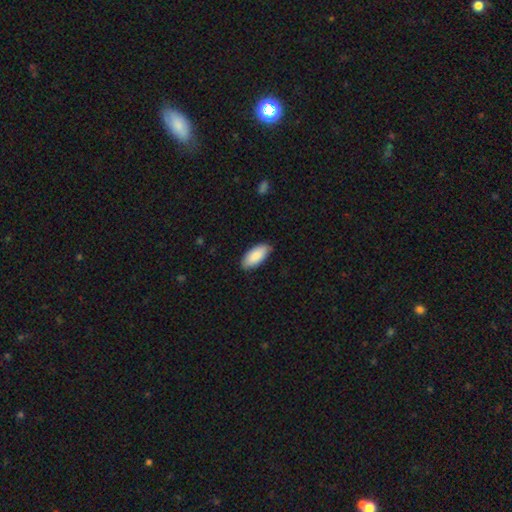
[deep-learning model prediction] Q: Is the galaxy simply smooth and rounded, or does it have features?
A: smooth — 88%.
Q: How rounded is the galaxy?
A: in between — 91%.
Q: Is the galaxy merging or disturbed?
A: none — 83%.